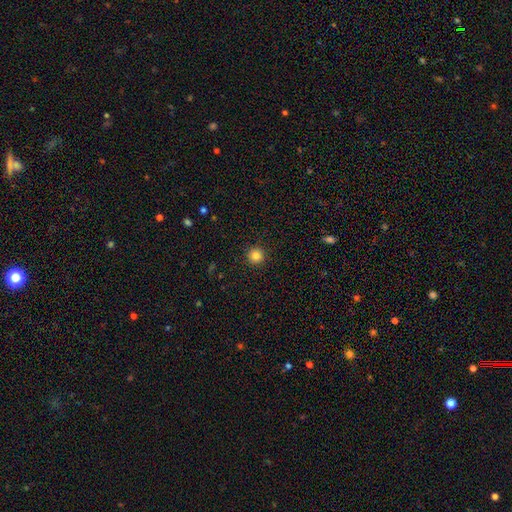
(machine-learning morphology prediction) Q: Smooth or featured?
A: smooth (83%); runner-up: star or artifact (12%)
Q: How rounded?
A: round (96%); runner-up: in between (3%)
Q: Merging?
A: none (93%); runner-up: minor disturbance (5%)